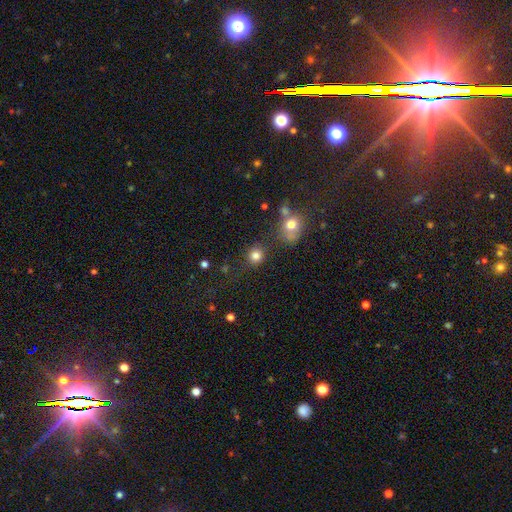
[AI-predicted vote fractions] Smooth or featured? smooth (81%)
How rounded? round (87%)
Merging? none (77%)